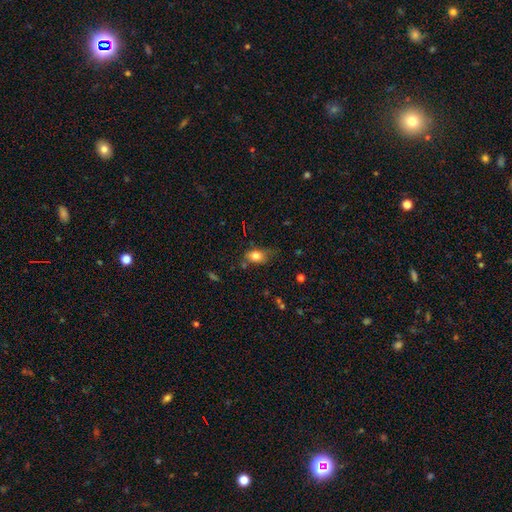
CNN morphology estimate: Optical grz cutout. It shows a smooth galaxy with no disk features (79%) that is in between round and cigar-shaped (75%). Merging: none (56%).